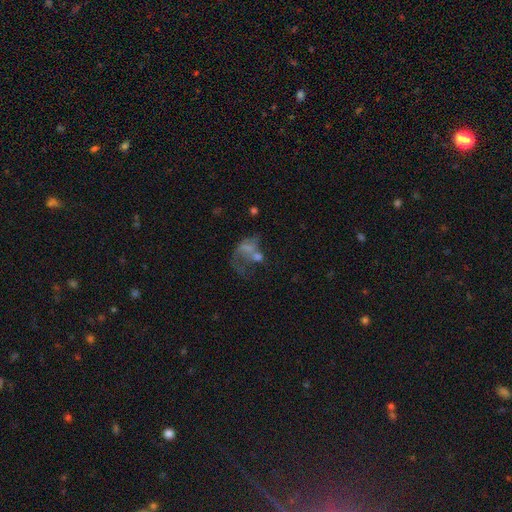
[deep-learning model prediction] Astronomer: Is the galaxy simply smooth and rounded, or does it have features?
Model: featured or disk — 49% (runner-up: smooth, 30%).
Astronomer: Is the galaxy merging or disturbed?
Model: major disturbance — 41% (runner-up: merger, 26%).